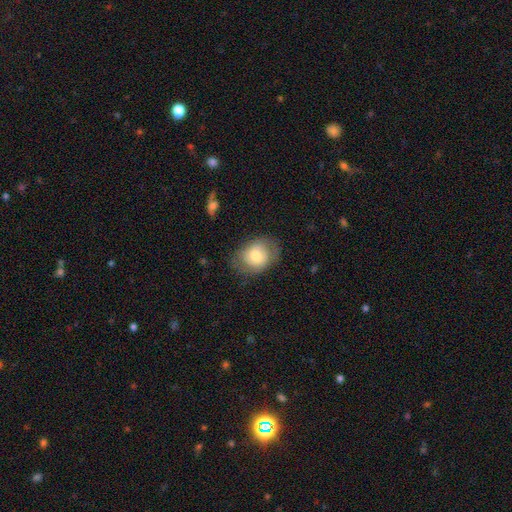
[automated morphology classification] smooth 66%, featured or disk 26%, star or artifact 8%. Down the decision tree: how rounded — in between (53%); merging — none (64%).